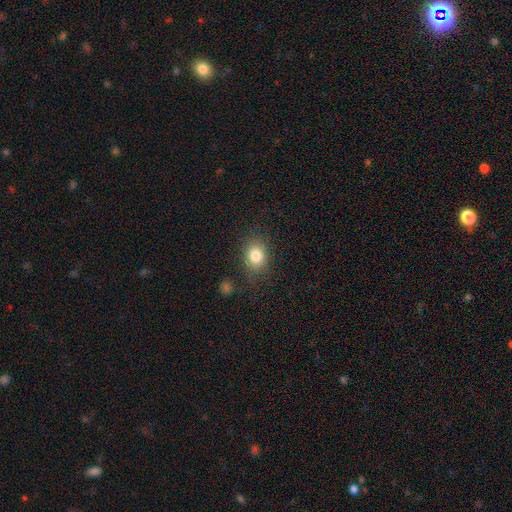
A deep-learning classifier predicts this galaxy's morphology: Smooth or featured? smooth (82%)
How rounded? in between (55%)
Merging? none (80%)